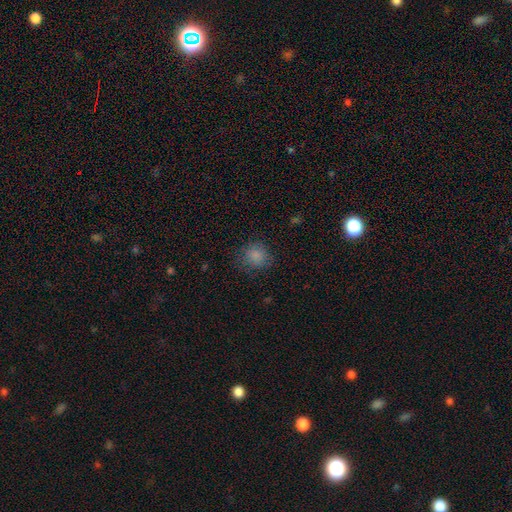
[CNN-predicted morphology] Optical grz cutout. It shows a smooth galaxy with no disk features (84%) that is round (85%). Merging: none (78%).